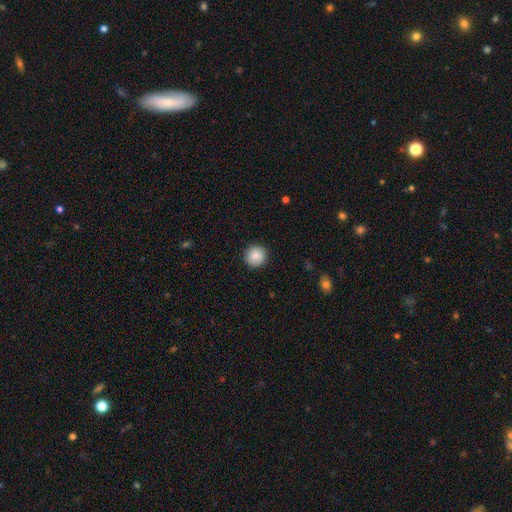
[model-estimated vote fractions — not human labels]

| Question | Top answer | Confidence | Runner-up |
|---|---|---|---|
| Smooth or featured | smooth | 86% | star or artifact (8%) |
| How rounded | round | 94% | in between (5%) |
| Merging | none | 92% | minor disturbance (6%) |